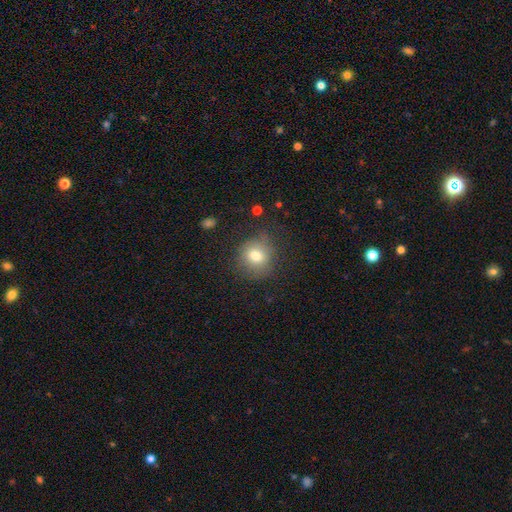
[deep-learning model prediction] smooth-or-featured: smooth: 77% | star or artifact: 12% | featured or disk: 11%
  how-rounded: round: 83% | in between: 16% | cigar-shaped: 1%
  merging: none: 76% | minor disturbance: 16% | major disturbance: 6% | merger: 2%